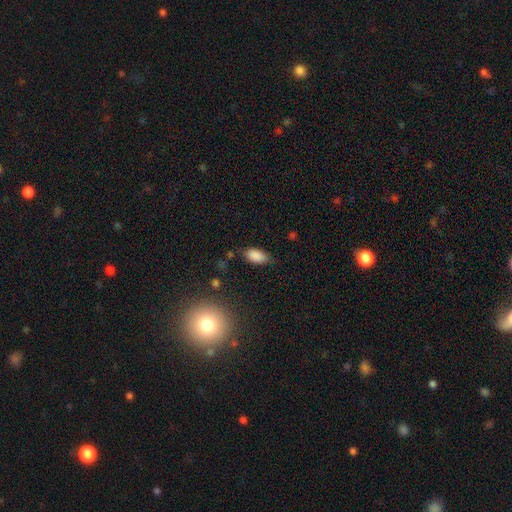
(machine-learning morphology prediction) type=smooth (85%); roundness=in between (90%); merging=none (68%).